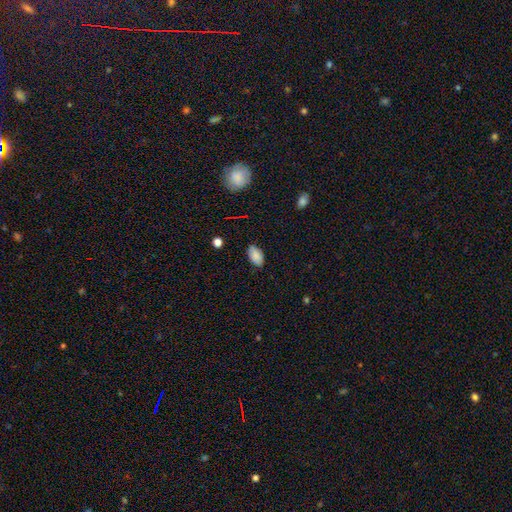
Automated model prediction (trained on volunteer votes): A smooth galaxy with no disk features (85%) that is in between round and cigar-shaped (94%).

Vote fractions:
- Smooth or featured? smooth: 85% / star or artifact: 8% / featured or disk: 7%
- How rounded? in between: 94% / round: 5% / cigar-shaped: 2%
- Merging? none: 80% / minor disturbance: 16% / major disturbance: 3% / merger: 1%